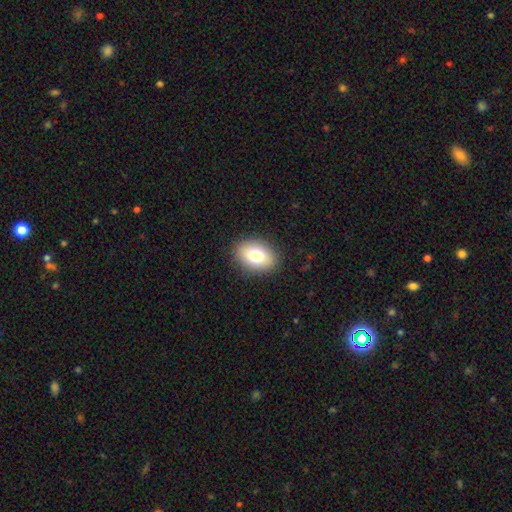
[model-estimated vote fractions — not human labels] Smooth or featured? Predicted: smooth (p=0.78). How rounded? Predicted: in between (p=0.81). Merging? Predicted: none (p=0.89).